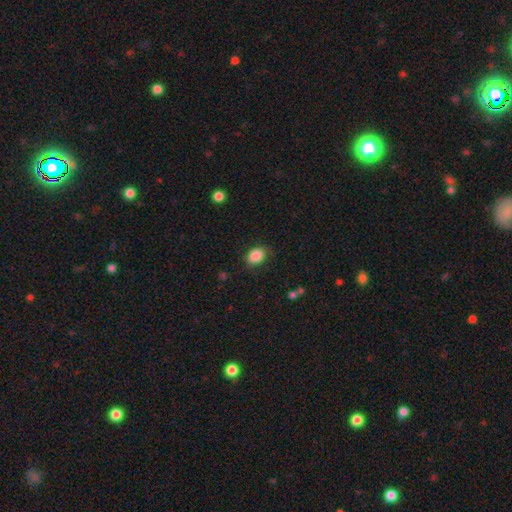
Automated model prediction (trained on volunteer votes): Smooth or featured: smooth — 87% (star or artifact — 8%)
How rounded: in between — 73% (round — 26%)
Merging: none — 80% (minor disturbance — 15%)